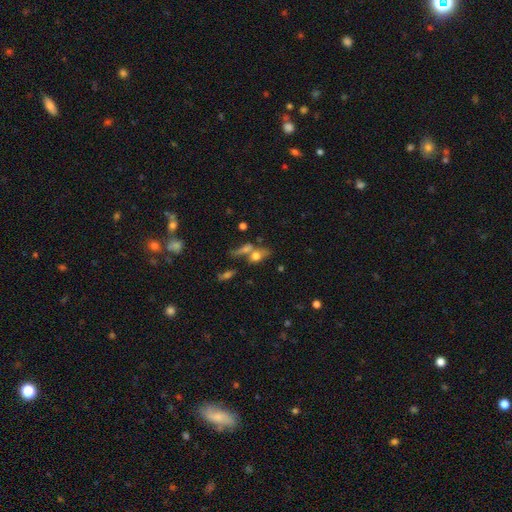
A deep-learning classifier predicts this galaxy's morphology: Overall: smooth (60%; featured or disk 27%). How rounded: in between (66%). Merging: merger (40%; none 38%).